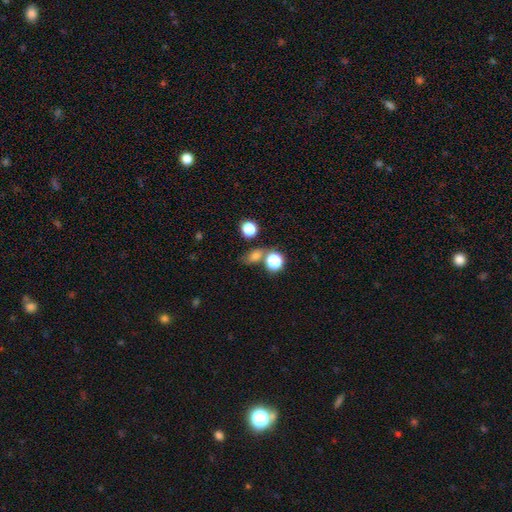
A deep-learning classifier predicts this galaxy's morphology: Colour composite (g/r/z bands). It shows a smooth galaxy with no disk features (69%) that is in between round and cigar-shaped (58%). Merging: none (58%).